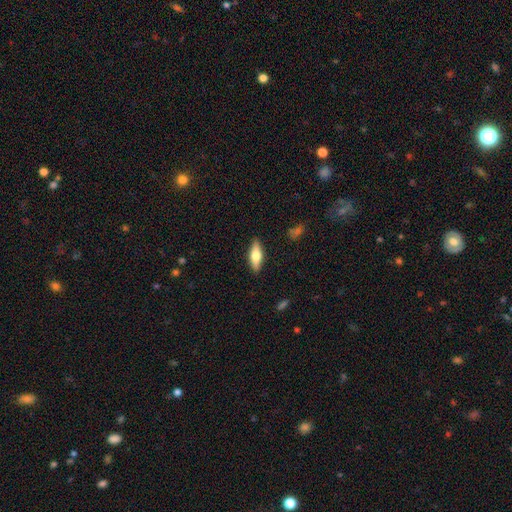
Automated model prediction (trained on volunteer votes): smooth_or_featured: smooth (p=0.59) [alt: featured or disk p=0.35]
how_rounded: in between (p=0.60) [alt: cigar-shaped p=0.38]
merging: none (p=0.87) [alt: minor disturbance p=0.09]